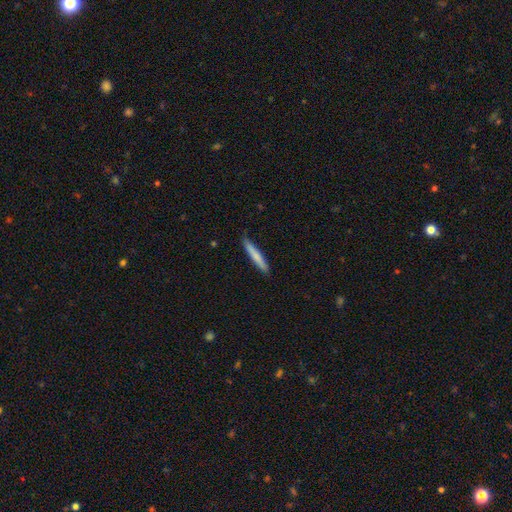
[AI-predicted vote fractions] smooth 74%, featured or disk 21%, star or artifact 5%. Down the decision tree: how rounded — cigar-shaped (94%); merging — none (87%).